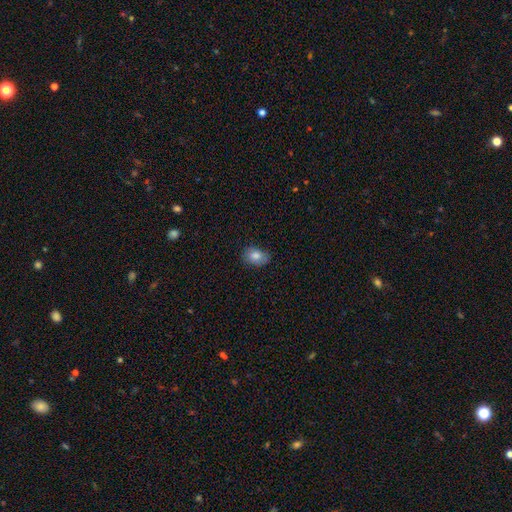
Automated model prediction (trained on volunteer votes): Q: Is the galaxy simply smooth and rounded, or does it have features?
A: smooth — 82%.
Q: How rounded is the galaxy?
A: in between — 77%.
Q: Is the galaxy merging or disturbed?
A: none — 81%.